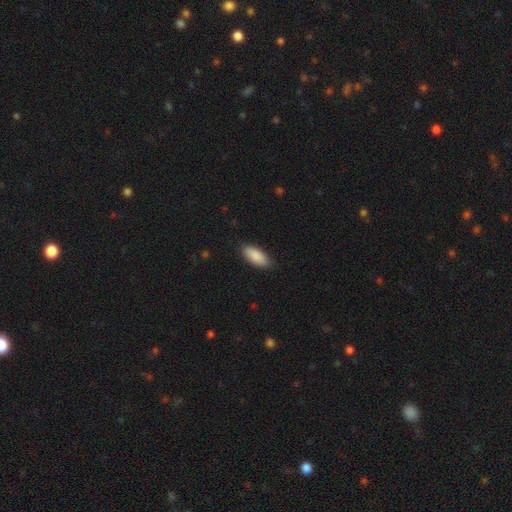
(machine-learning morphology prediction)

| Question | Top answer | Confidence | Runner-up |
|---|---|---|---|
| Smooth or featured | smooth | 89% | star or artifact (6%) |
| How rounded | in between | 85% | cigar-shaped (13%) |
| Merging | none | 86% | minor disturbance (11%) |